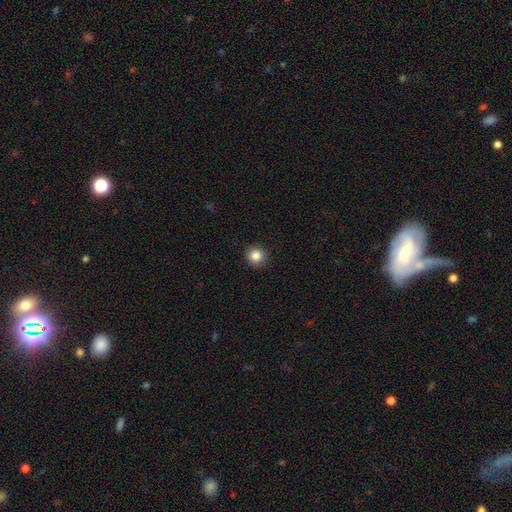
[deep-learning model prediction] This appears to be a smooth galaxy with no disk features (86%) that is round (94%). Merging: none (92%).